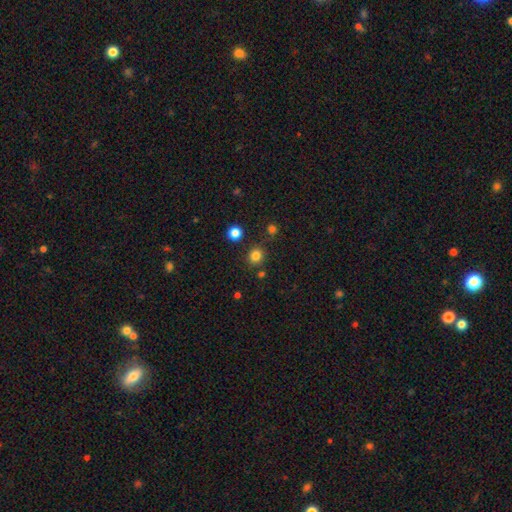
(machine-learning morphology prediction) Overall: smooth (81%). How rounded: round (86%). Merging: none (83%).